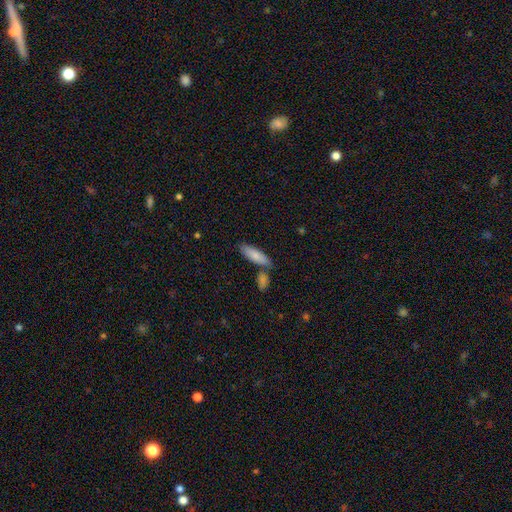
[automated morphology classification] A smooth galaxy with no disk features (82%) that is in between round and cigar-shaped (51%).

Vote fractions:
- Smooth or featured? smooth: 82% / featured or disk: 12% / star or artifact: 6%
- How rounded? in between: 51% / cigar-shaped: 47% / round: 2%
- Merging? none: 65% / merger: 21% / minor disturbance: 12% / major disturbance: 3%